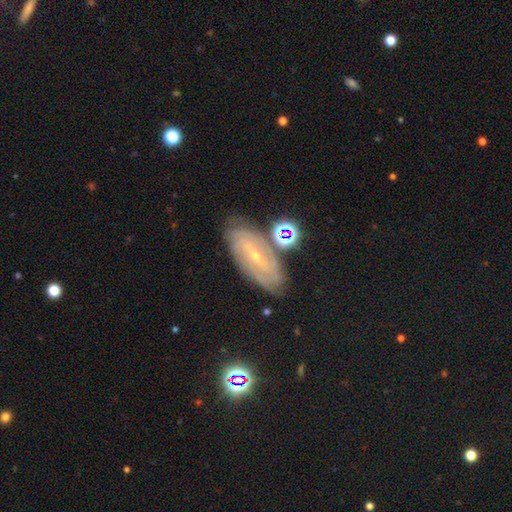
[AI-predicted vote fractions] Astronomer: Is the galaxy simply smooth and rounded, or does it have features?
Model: featured or disk — 79%.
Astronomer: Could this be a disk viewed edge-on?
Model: no — 90%.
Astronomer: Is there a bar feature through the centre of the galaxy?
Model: weak — 40% (runner-up: no, 33%).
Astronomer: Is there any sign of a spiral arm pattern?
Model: yes — 90%.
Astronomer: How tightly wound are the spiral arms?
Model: tight — 68%.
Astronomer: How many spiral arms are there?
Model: can't tell — 44% (runner-up: 2, 28%).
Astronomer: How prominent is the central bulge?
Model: small — 76%.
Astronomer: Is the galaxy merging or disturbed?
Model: none — 75%.